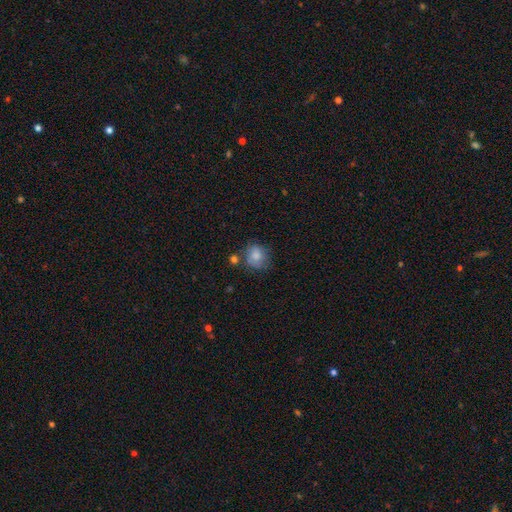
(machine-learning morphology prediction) Q: Smooth or featured?
A: smooth (80%); runner-up: featured or disk (11%)
Q: How rounded?
A: round (74%); runner-up: in between (25%)
Q: Merging?
A: none (61%); runner-up: minor disturbance (23%)